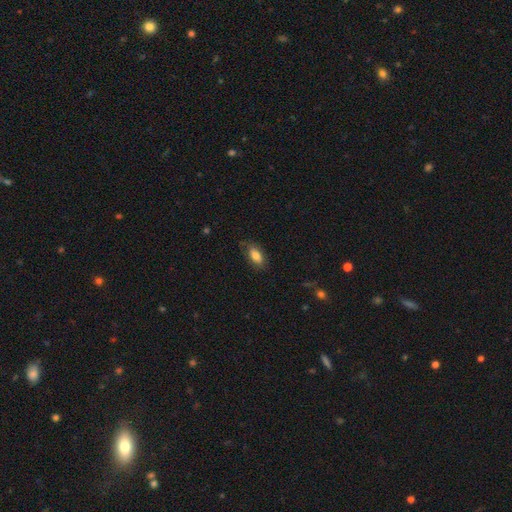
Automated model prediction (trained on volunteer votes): Smooth or featured: smooth — 80% (featured or disk — 13%)
How rounded: in between — 88% (cigar-shaped — 9%)
Merging: none — 78% (minor disturbance — 17%)